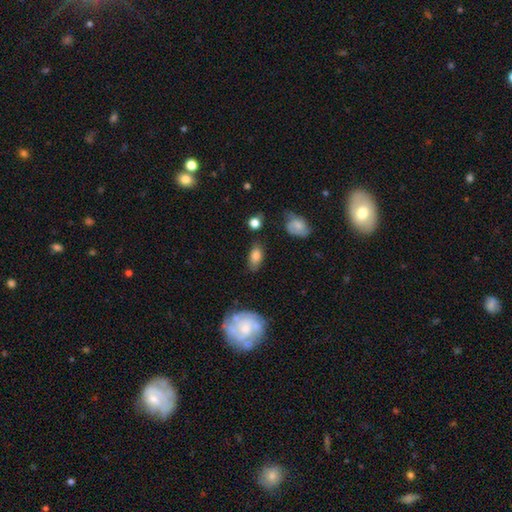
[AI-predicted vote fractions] This is likely a smooth galaxy (77%). How rounded: clearly in between (89%). Merging: likely none (71%).